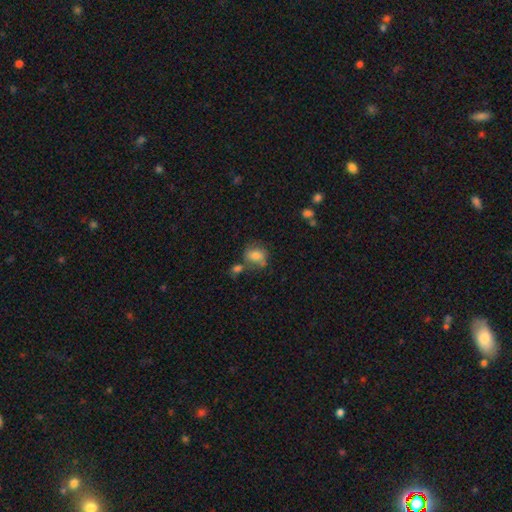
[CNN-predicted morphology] Smooth or featured? Predicted: smooth (p=0.72). How rounded? Predicted: in between (p=0.52). Merging? Predicted: none (p=0.46).